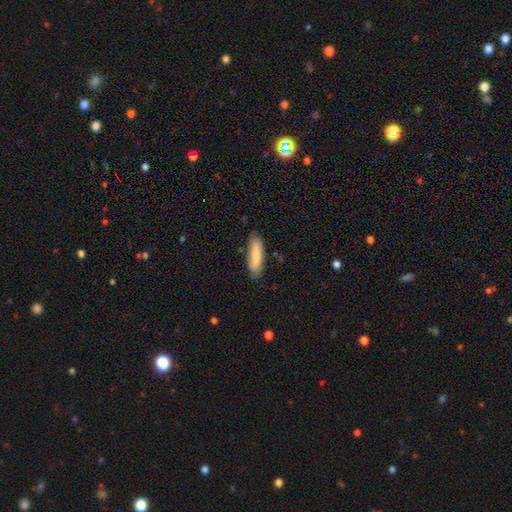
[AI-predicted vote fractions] Smooth or featured? Predicted: smooth (p=0.78). How rounded? Predicted: cigar-shaped (p=0.51). Merging? Predicted: none (p=0.80).